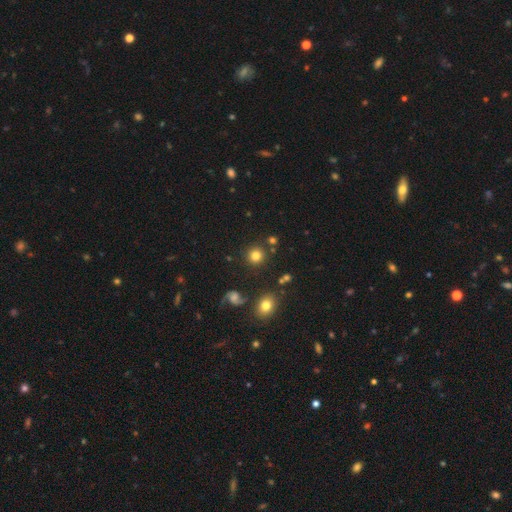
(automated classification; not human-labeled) Overall: smooth (80%). How rounded: round (93%). Merging: none (86%).